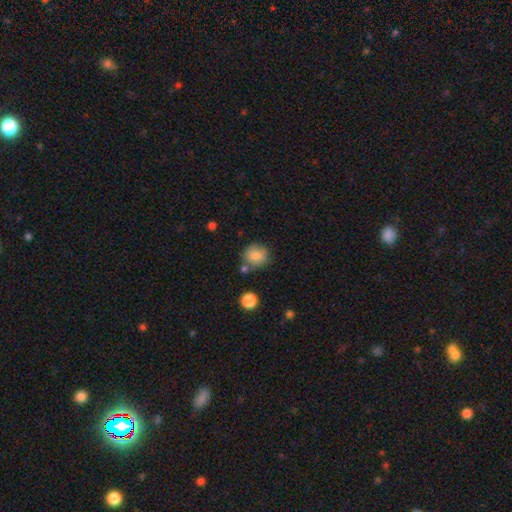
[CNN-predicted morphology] A smooth galaxy with no disk features (83%) that is round (78%).

Vote fractions:
- Smooth or featured? smooth: 83% / star or artifact: 10% / featured or disk: 8%
- How rounded? round: 78% / in between: 21% / cigar-shaped: 1%
- Merging? none: 73% / minor disturbance: 14% / merger: 9% / major disturbance: 4%